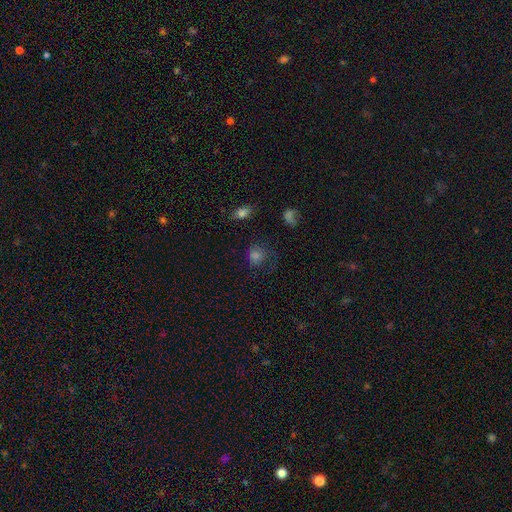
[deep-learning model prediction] smooth-or-featured: smooth: 68% | star or artifact: 23% | featured or disk: 10%
  how-rounded: round: 84% | in between: 15% | cigar-shaped: 1%
  merging: none: 69% | minor disturbance: 18% | major disturbance: 11% | merger: 3%